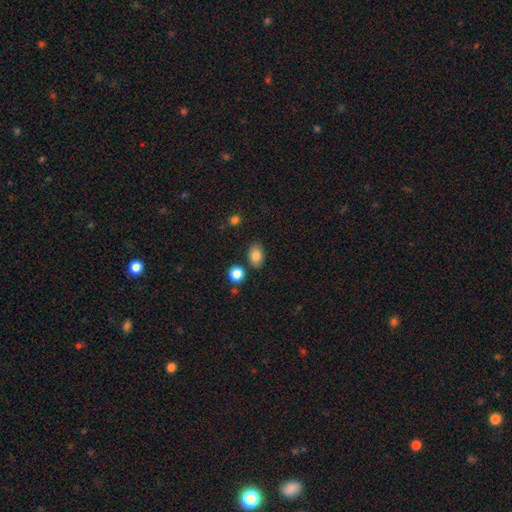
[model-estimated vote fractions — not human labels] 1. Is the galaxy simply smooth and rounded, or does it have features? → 84% smooth, 9% star or artifact, 7% featured or disk.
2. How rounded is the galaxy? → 80% in between, 19% round, 1% cigar-shaped.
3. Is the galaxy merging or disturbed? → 79% none, 13% minor disturbance, 5% merger, 3% major disturbance.